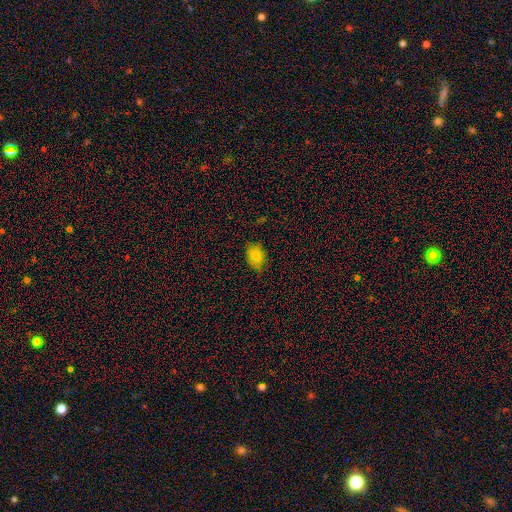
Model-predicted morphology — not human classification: smooth_or_featured: smooth (p=0.82) [alt: star or artifact p=0.10]
how_rounded: in between (p=0.75) [alt: round p=0.24]
merging: none (p=0.74) [alt: minor disturbance p=0.21]